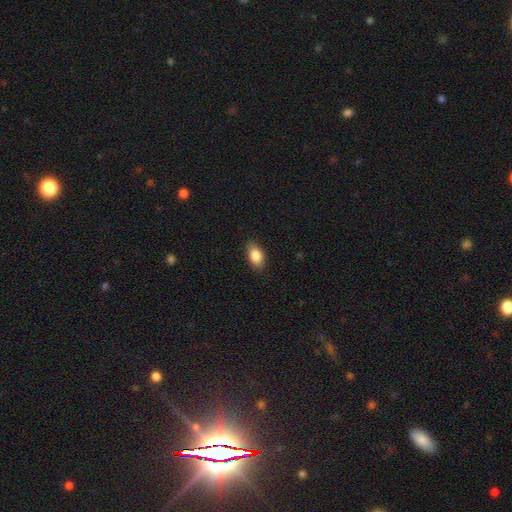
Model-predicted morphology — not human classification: Smooth or featured: smooth — 86% (star or artifact — 8%)
How rounded: in between — 90% (round — 7%)
Merging: none — 87% (minor disturbance — 10%)